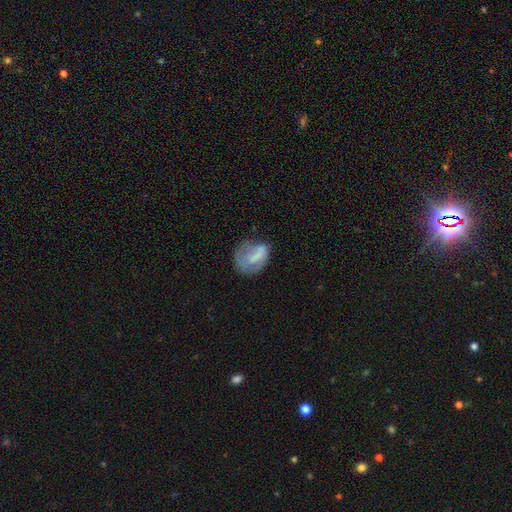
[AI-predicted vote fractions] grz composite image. It shows a smooth galaxy with no disk features (58%) that is in between round and cigar-shaped (56%). Merging: none (40%).